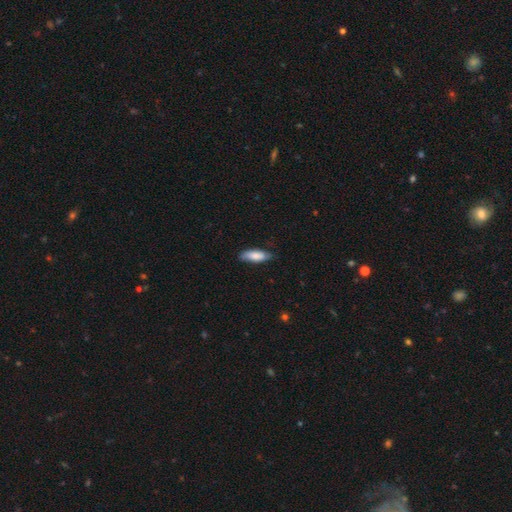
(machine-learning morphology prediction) type=smooth (82%); roundness=in between (69%); merging=none (75%).